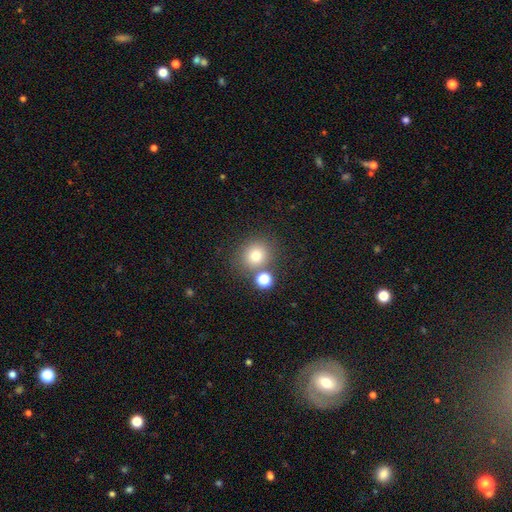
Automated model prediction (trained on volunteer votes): This appears to be a smooth galaxy with no disk features (76%) that is round (87%). Merging: none (73%).